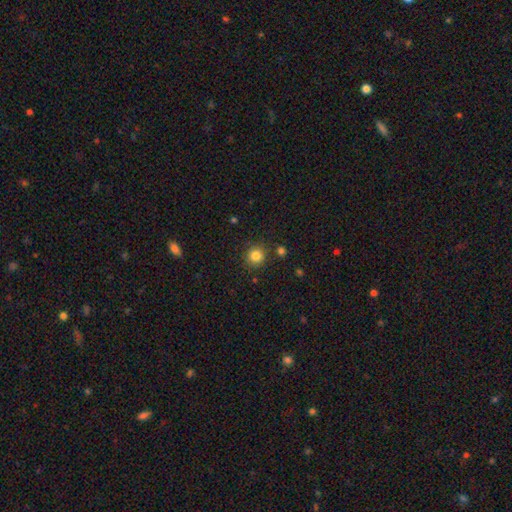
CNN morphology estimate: smooth 83%, star or artifact 12%, featured or disk 5%. Down the decision tree: how rounded — round (92%); merging — none (86%).